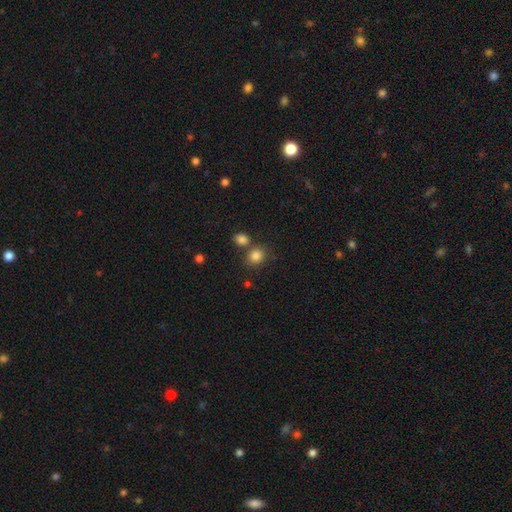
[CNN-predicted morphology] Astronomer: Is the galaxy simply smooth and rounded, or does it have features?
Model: smooth — 84%.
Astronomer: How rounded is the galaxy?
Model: round — 72%.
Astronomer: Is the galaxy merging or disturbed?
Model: none — 66%.